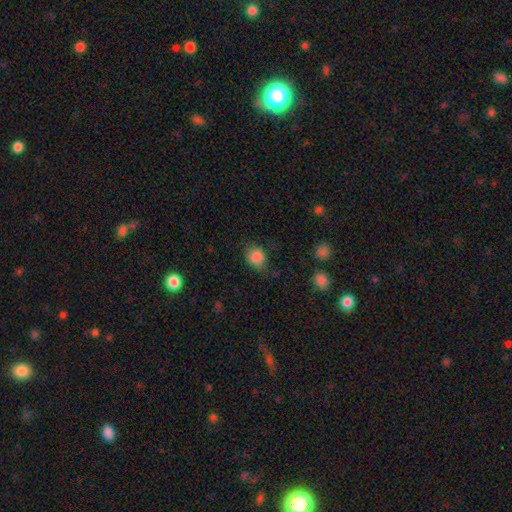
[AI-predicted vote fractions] Smooth or featured? Predicted: smooth (p=0.86). How rounded? Predicted: round (p=0.68). Merging? Predicted: none (p=0.65).